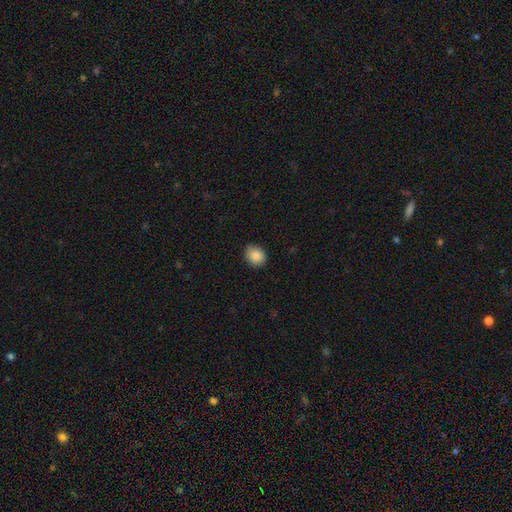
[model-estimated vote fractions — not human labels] This appears to be a smooth galaxy with no disk features (87%) that is round (72%). Merging: none (82%).